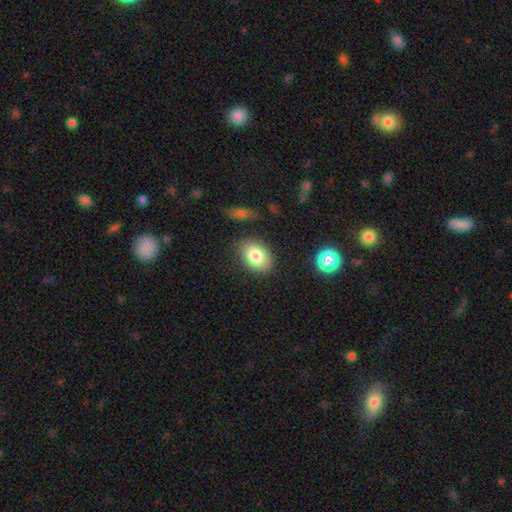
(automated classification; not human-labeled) Smooth or featured? smooth (82%)
How rounded? in between (79%)
Merging? none (78%)